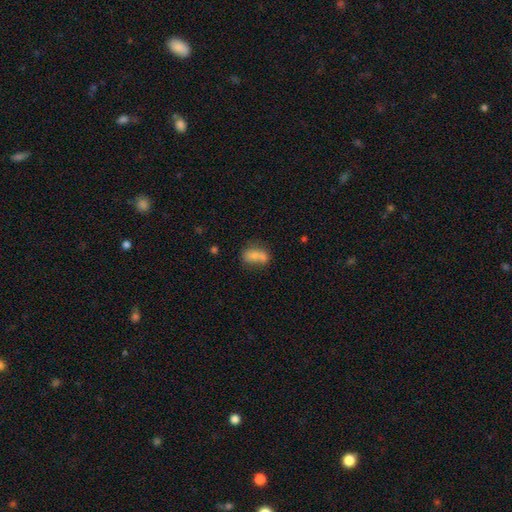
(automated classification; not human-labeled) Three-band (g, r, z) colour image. It shows a smooth galaxy with no disk features (73%) that is in between round and cigar-shaped (76%). Merging: merger (51%).